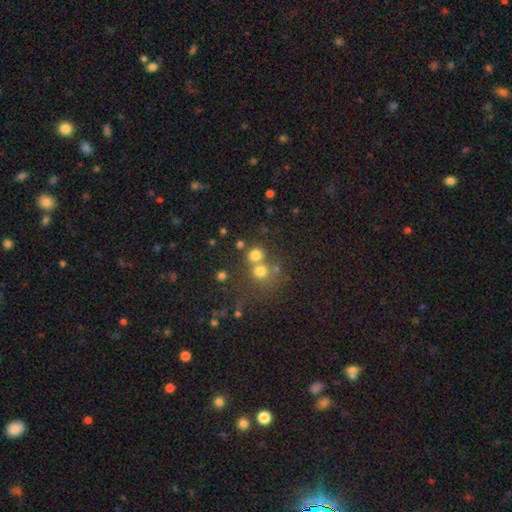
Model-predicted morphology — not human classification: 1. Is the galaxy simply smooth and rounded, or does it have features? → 73% smooth, 17% star or artifact, 10% featured or disk.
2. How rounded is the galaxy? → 87% round, 12% in between, 1% cigar-shaped.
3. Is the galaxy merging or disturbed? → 56% none, 33% merger, 7% minor disturbance, 4% major disturbance.